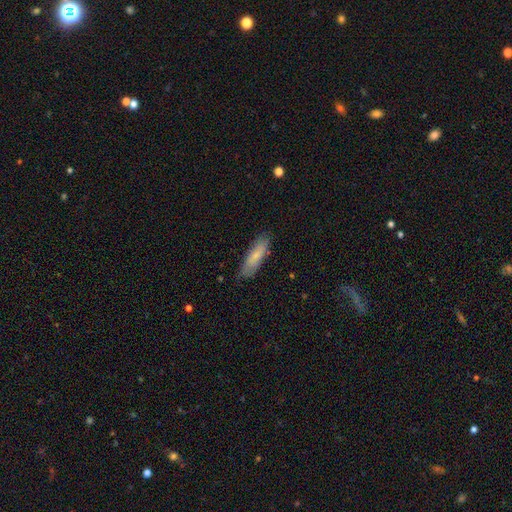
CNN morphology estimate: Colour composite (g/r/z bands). It shows a smooth galaxy with no disk features (74%) that is cigar-shaped (59%). Merging: none (78%).